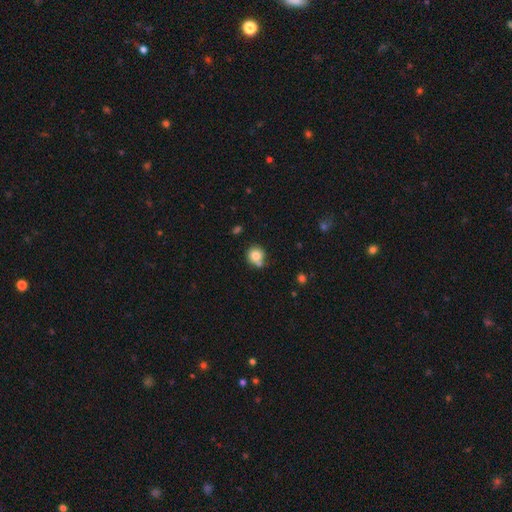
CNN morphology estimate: Smooth or featured?
  - smooth: 80% *
  - star or artifact: 10%
  - featured or disk: 10%
How rounded?
  - round: 87% *
  - in between: 12%
  - cigar-shaped: 1%
Merging?
  - none: 59% *
  - merger: 19%
  - minor disturbance: 17%
  - major disturbance: 5%